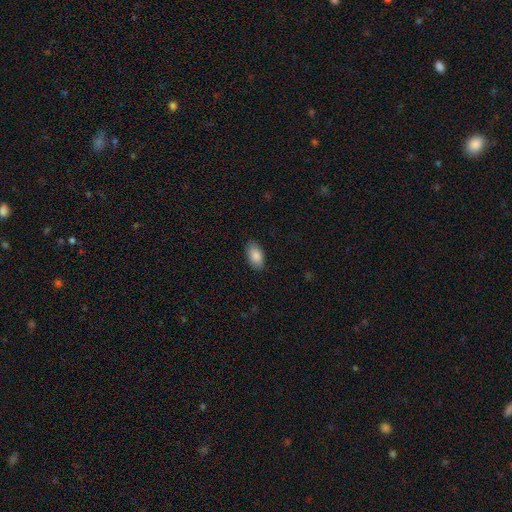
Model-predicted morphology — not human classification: This appears to be a smooth galaxy with no disk features (88%) that is in between round and cigar-shaped (94%). Merging: none (87%).